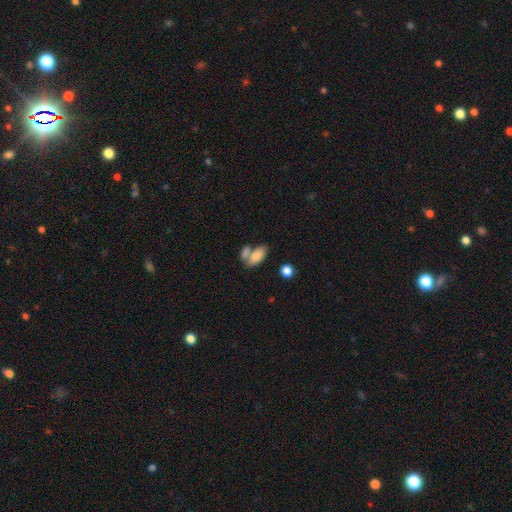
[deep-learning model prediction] Smooth or featured?
  - smooth: 82% *
  - featured or disk: 11%
  - star or artifact: 7%
How rounded?
  - in between: 91% *
  - round: 5%
  - cigar-shaped: 4%
Merging?
  - merger: 49% *
  - none: 35%
  - minor disturbance: 11%
  - major disturbance: 5%